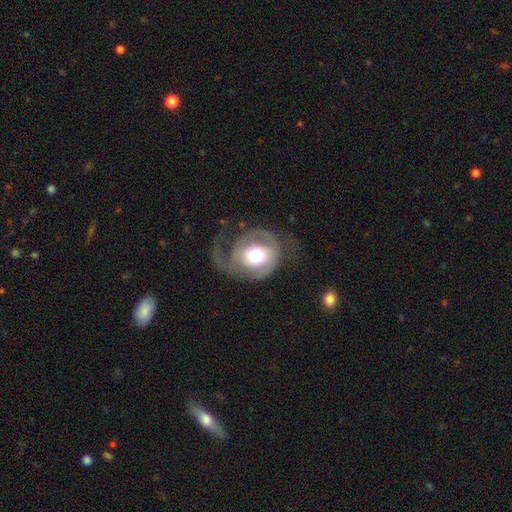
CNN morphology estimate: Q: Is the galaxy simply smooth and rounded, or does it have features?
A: featured or disk — 64%.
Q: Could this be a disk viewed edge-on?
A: no — 97%.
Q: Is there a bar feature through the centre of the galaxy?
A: no — 73%.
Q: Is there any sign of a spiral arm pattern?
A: yes — 75%.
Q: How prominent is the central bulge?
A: moderate — 57%.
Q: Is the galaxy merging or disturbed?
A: none — 41%.